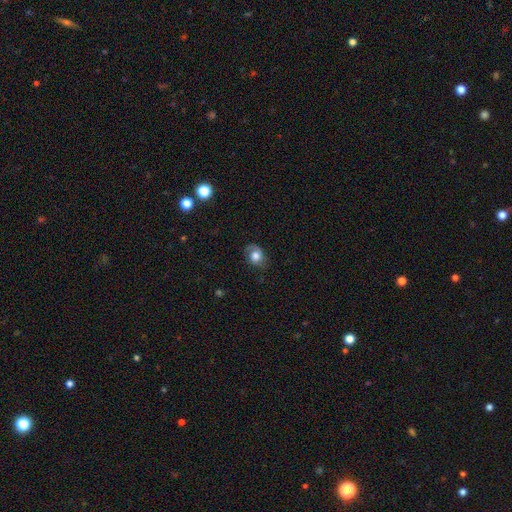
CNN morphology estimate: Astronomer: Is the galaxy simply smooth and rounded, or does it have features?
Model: smooth — 66%.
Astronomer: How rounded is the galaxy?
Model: in between — 56% (runner-up: round, 43%).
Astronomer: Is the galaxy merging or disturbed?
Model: none — 65%.